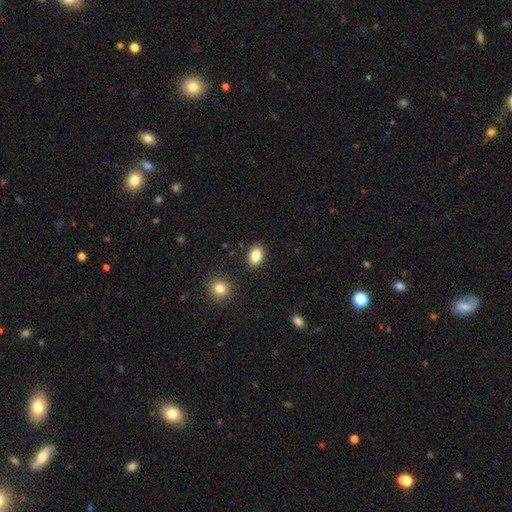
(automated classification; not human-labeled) A smooth galaxy with no disk features (87%) that is in between round and cigar-shaped (83%). Merging: none (87%).